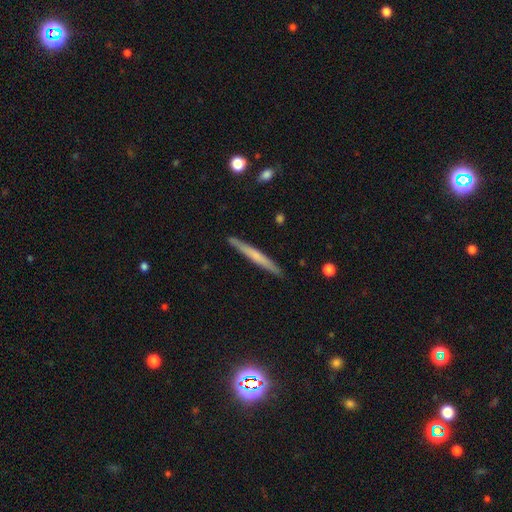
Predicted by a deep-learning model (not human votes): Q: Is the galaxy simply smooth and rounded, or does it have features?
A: smooth — 51%.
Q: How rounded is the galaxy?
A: cigar-shaped — 97%.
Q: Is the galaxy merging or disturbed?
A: none — 90%.